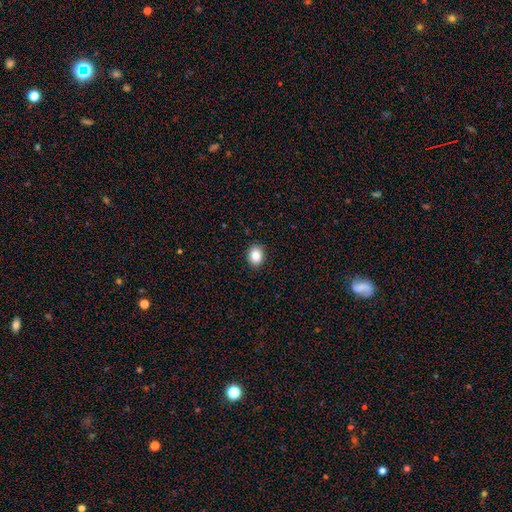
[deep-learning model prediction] Morphology: type=smooth (87%); roundness=in between (54%); merging=none (90%).